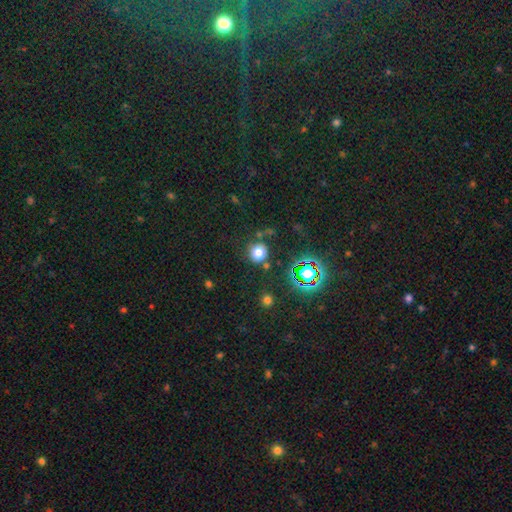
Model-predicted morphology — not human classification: star or artifact 51%, smooth 43%, featured or disk 7%.